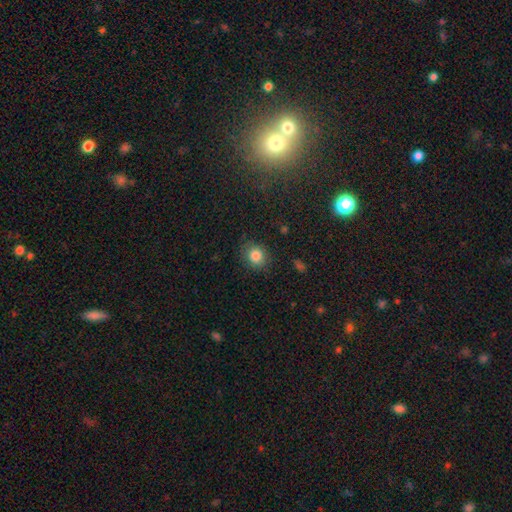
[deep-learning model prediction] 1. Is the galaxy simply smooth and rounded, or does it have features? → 84% smooth, 10% star or artifact, 6% featured or disk.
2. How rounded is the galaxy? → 73% round, 26% in between, 1% cigar-shaped.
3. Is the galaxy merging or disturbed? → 83% none, 12% minor disturbance, 3% major disturbance, 1% merger.